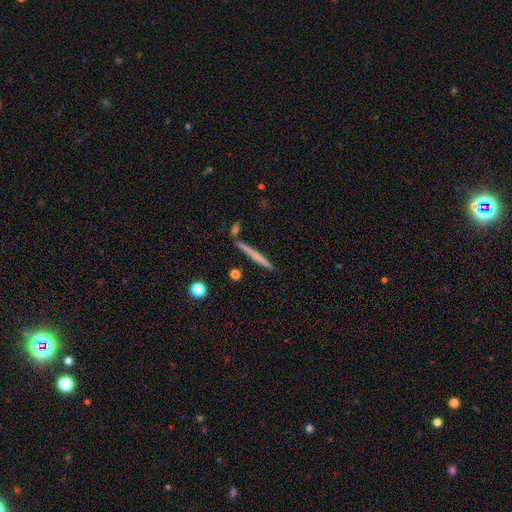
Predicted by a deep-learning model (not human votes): Overall: smooth (57%; featured or disk 37%). How rounded: cigar-shaped (96%). Merging: none (86%).